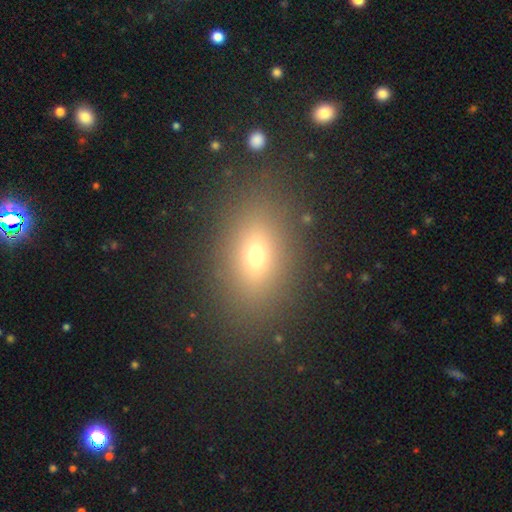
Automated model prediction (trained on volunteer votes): Smooth or featured? Predicted: smooth (p=0.66). How rounded? Predicted: in between (p=0.78). Merging? Predicted: none (p=0.86).